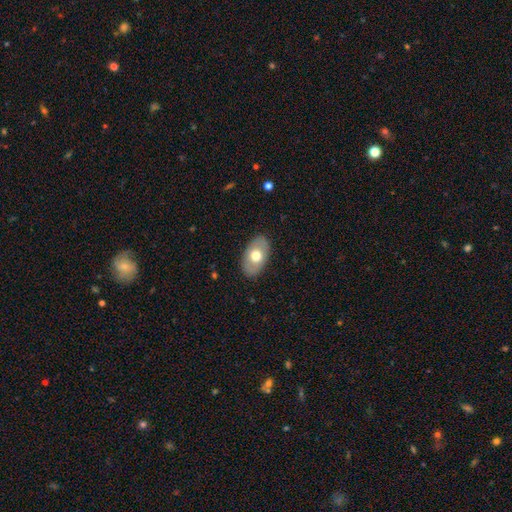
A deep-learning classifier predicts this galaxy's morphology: Smooth or featured?
  - smooth: 61% *
  - featured or disk: 33%
  - star or artifact: 6%
How rounded?
  - in between: 92% *
  - round: 7%
  - cigar-shaped: 1%
Merging?
  - none: 86% *
  - minor disturbance: 11%
  - major disturbance: 3%
  - merger: 1%